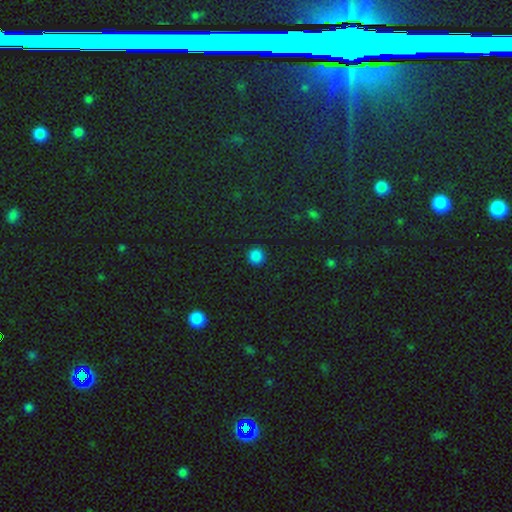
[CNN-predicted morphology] smooth_or_featured: smooth (p=0.84) [alt: star or artifact p=0.13]
how_rounded: round (p=0.93) [alt: in between p=0.06]
merging: none (p=0.91) [alt: minor disturbance p=0.06]